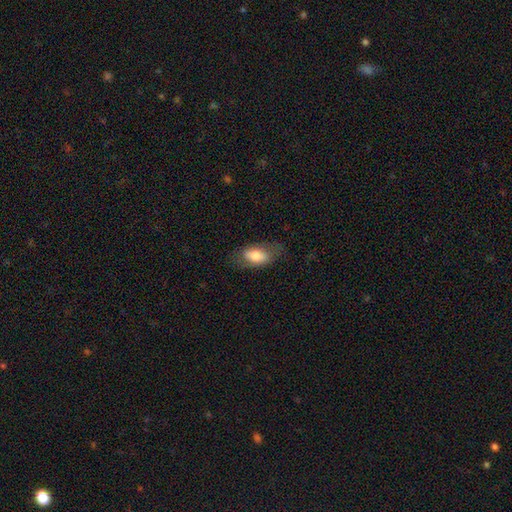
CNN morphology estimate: A smooth galaxy with no disk features (69%) that is in between round and cigar-shaped (90%). Merging: none (70%).